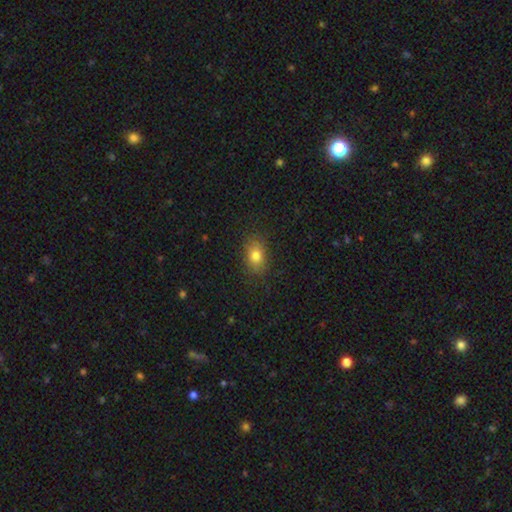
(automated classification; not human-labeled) Smooth or featured: smooth — 80% (star or artifact — 11%)
How rounded: in between — 76% (round — 22%)
Merging: none — 84% (minor disturbance — 12%)